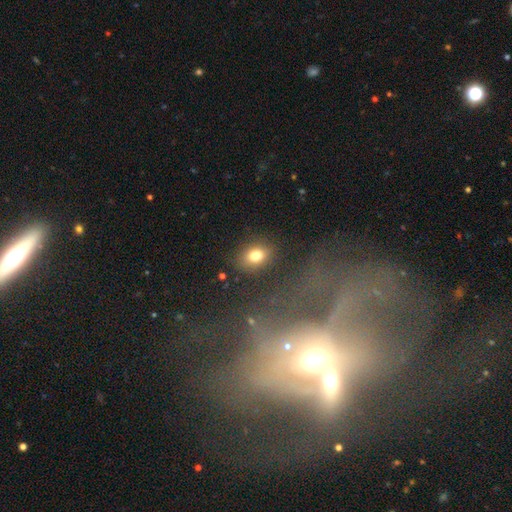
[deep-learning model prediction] Smooth or featured: smooth — 78% (star or artifact — 12%)
How rounded: in between — 65% (round — 34%)
Merging: none — 84% (minor disturbance — 10%)